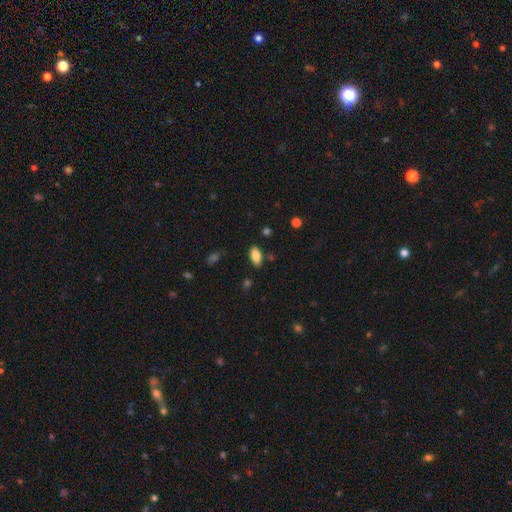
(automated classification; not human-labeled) Overall: smooth (85%). How rounded: in between (92%). Merging: none (84%).